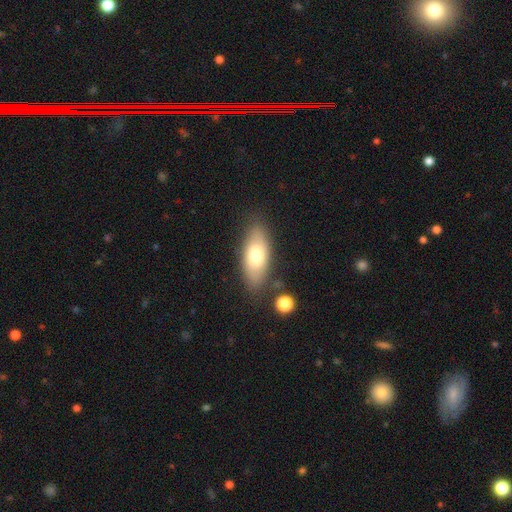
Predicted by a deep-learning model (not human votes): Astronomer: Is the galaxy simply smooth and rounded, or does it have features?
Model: smooth — 70%.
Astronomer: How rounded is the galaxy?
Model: in between — 81%.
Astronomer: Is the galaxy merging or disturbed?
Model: none — 79%.